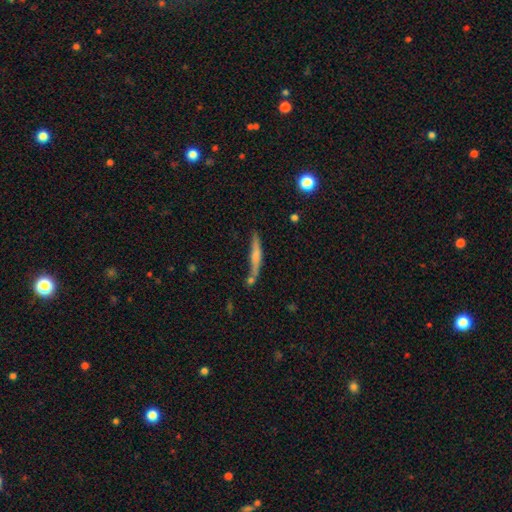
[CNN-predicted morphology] smooth-or-featured: smooth: 51% | featured or disk: 42% | star or artifact: 7%
  how-rounded: cigar-shaped: 92% | in between: 6% | round: 2%
  merging: none: 65% | minor disturbance: 16% | merger: 14% | major disturbance: 5%